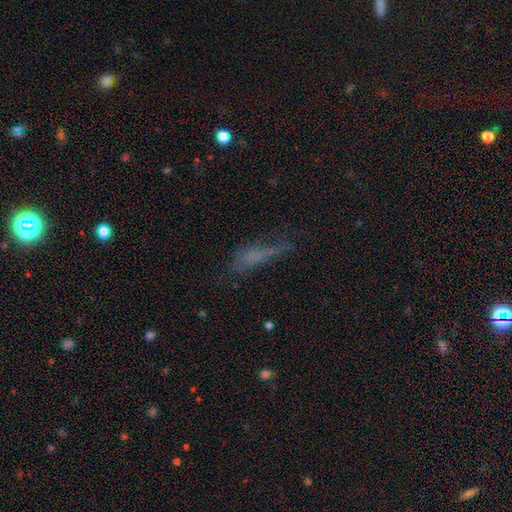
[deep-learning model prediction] smooth-or-featured: smooth: 51% | featured or disk: 28% | star or artifact: 21%
  how-rounded: cigar-shaped: 61% | in between: 35% | round: 5%
  merging: none: 37% | major disturbance: 32% | minor disturbance: 27% | merger: 4%